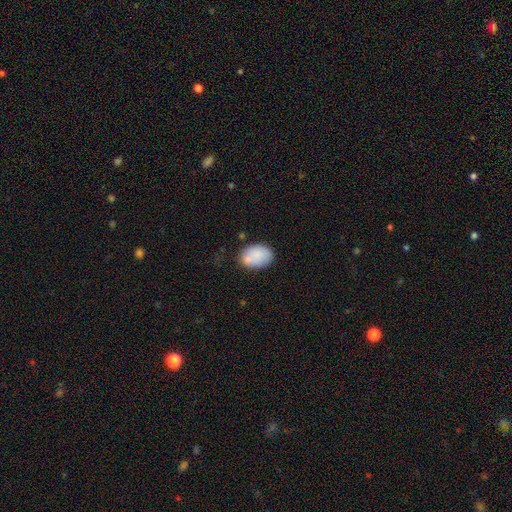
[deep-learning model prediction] Smooth or featured?
  - smooth: 82% *
  - featured or disk: 11%
  - star or artifact: 7%
How rounded?
  - in between: 82% *
  - round: 16%
  - cigar-shaped: 1%
Merging?
  - none: 63% *
  - minor disturbance: 21%
  - merger: 10%
  - major disturbance: 6%